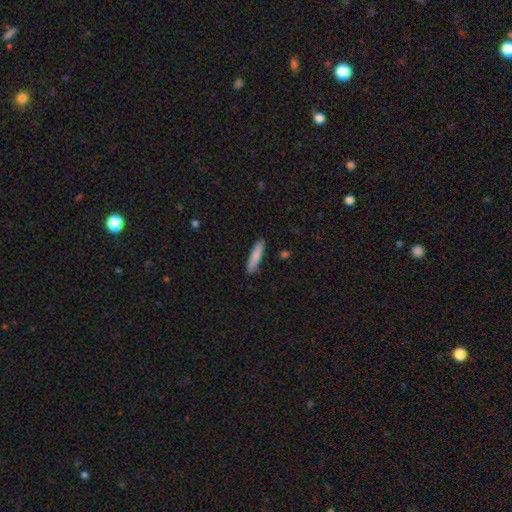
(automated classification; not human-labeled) Smooth or featured?
  - smooth: 83% *
  - featured or disk: 12%
  - star or artifact: 6%
How rounded?
  - cigar-shaped: 88% *
  - in between: 11%
  - round: 1%
Merging?
  - none: 88% *
  - minor disturbance: 9%
  - major disturbance: 2%
  - merger: 1%